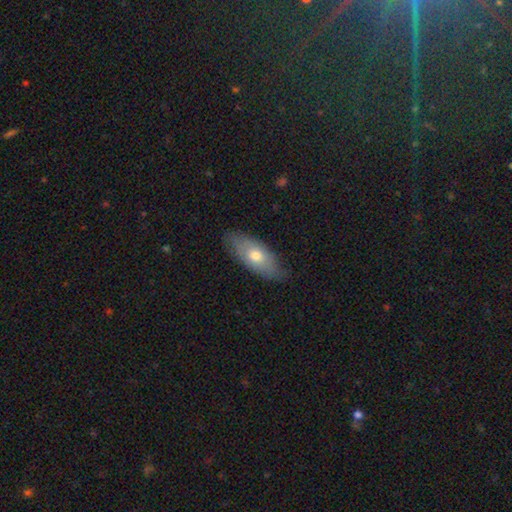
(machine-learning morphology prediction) smooth 62%, featured or disk 32%, star or artifact 6%. Down the decision tree: how rounded — in between (84%); merging — none (77%).